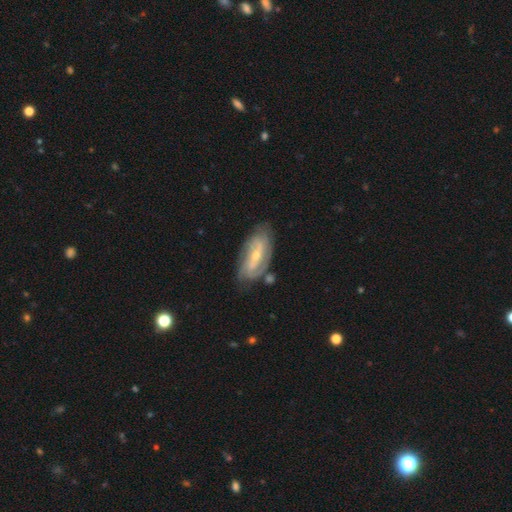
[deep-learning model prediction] smooth-or-featured: featured or disk: 79% | smooth: 16% | star or artifact: 6%
  disk-edge-on: no: 92% | yes: 8%
    bar: weak: 38% | strong: 37% | no: 25%
    has-spiral-arms: yes: 88% | no: 12%
      spiral-winding: tight: 48% | medium: 36% | loose: 15%
      spiral-arm-count: 2: 59% | can't tell: 23% | 3: 9% | 1: 3% | 4: 3% | more than 4: 2%
    bulge-size: small: 59% | moderate: 38% | large: 1% | none: 1% | dominant: 1%
  merging: none: 69% | minor disturbance: 20% | major disturbance: 6% | merger: 5%